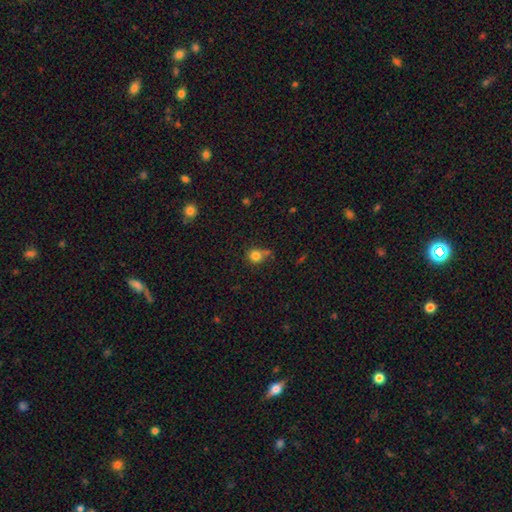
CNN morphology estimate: smooth_or_featured: smooth (p=0.80) [alt: star or artifact p=0.13]
how_rounded: round (p=0.83) [alt: in between p=0.16]
merging: none (p=0.57) [alt: minor disturbance p=0.23]